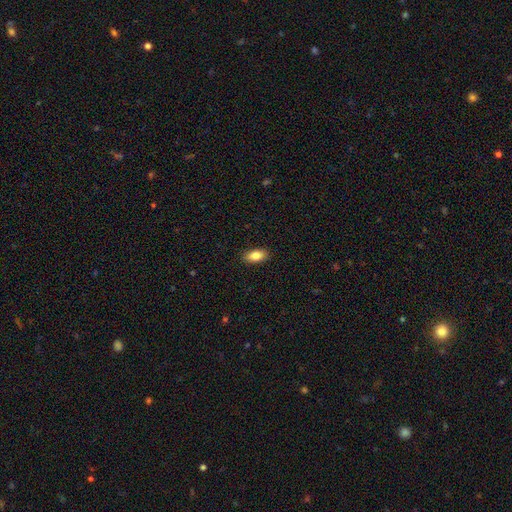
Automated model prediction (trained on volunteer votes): Morphology: type=smooth (84%); roundness=in between (90%); merging=none (89%).